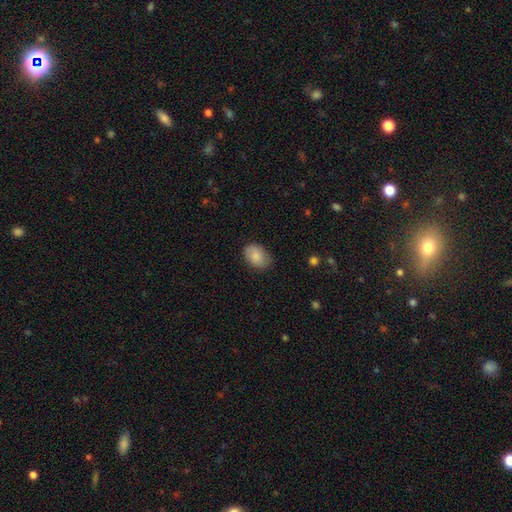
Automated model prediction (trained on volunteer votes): Smooth or featured?
  - smooth: 84% *
  - featured or disk: 10%
  - star or artifact: 7%
How rounded?
  - in between: 81% *
  - round: 18%
  - cigar-shaped: 1%
Merging?
  - none: 78% *
  - minor disturbance: 17%
  - major disturbance: 4%
  - merger: 1%